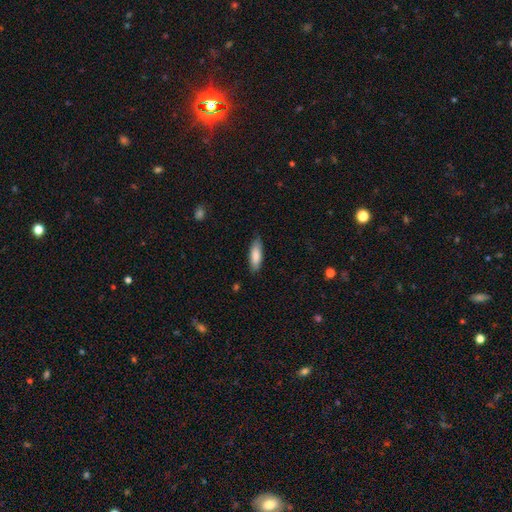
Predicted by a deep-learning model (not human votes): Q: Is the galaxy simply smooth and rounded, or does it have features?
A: smooth — 84%.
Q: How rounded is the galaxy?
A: in between — 64%.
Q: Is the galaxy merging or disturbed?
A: none — 80%.